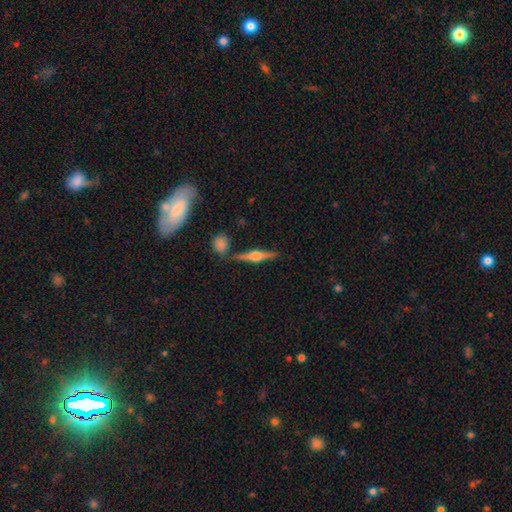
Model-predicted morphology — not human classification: This is likely a featured or disk galaxy (76%). It is clearly viewed edge-on (97%). Edge-on bulge: clearly rounded (91%). Merging: clearly none (83%).